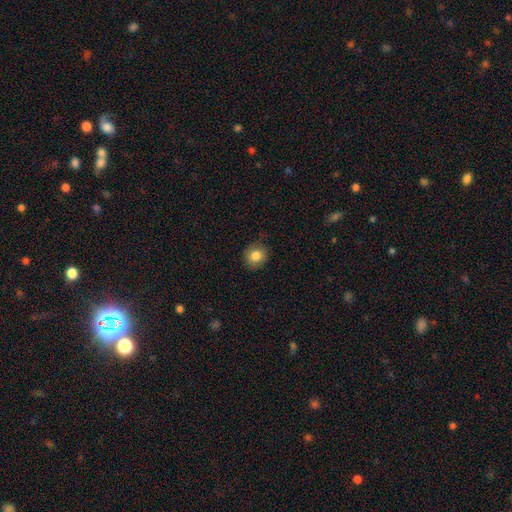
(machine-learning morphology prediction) The model was most divided on "how rounded": round: 78%, in between: 21%, cigar-shaped: 1%. More confident: merging — none (84%); smooth or featured — smooth (83%).